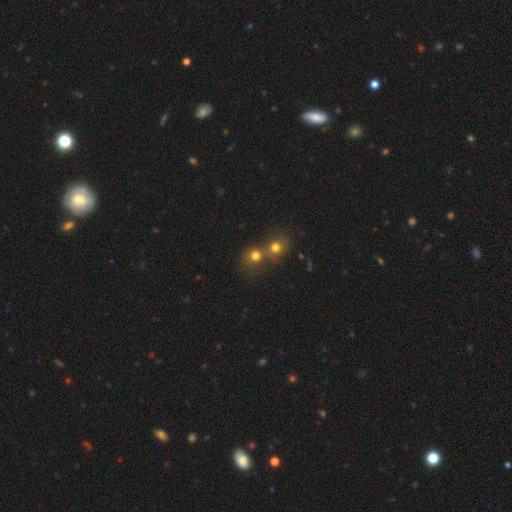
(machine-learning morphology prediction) smooth-or-featured: smooth: 72% | star or artifact: 17% | featured or disk: 11%
  how-rounded: round: 81% | in between: 18% | cigar-shaped: 1%
  merging: merger: 57% | none: 34% | minor disturbance: 6% | major disturbance: 3%